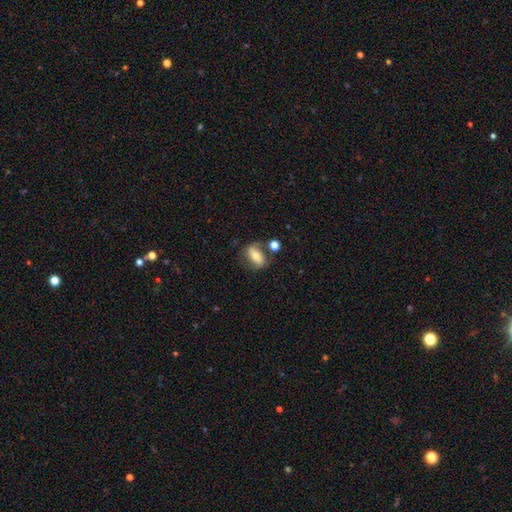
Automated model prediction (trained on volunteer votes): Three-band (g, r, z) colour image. It shows a smooth galaxy with no disk features (57%) that is in between round and cigar-shaped (80%). Merging: none (54%).